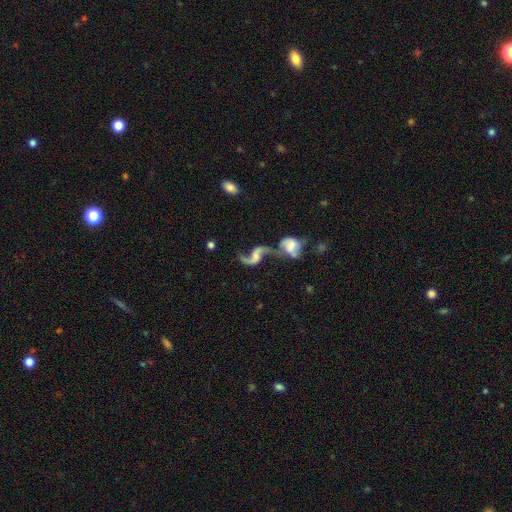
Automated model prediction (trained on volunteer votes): The model was most divided on "bulge size": small: 33%, none: 32%, moderate: 25%, large: 8%, dominant: 2%. Remaining: edge-on disk — no (96%); spiral arms — yes (95%); spiral arm count — 2 (91%); spiral winding — loose (88%); smooth or featured — featured or disk (86%); merging — merger (53%); bar — no (44%).